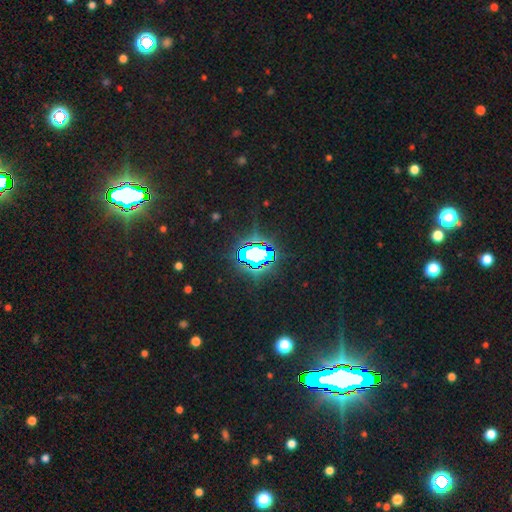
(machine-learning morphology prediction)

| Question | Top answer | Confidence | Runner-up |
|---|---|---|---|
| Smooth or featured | star or artifact | 77% | smooth (12%) |